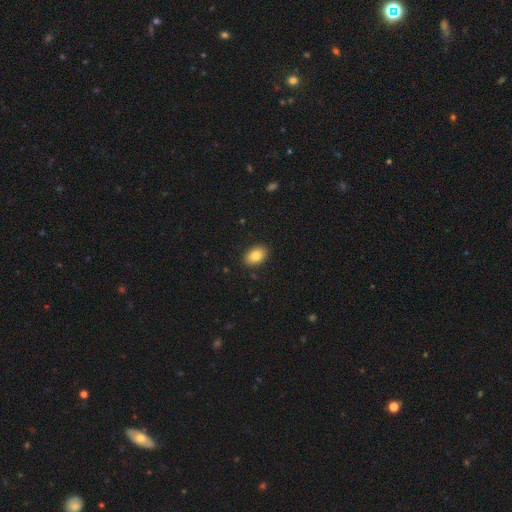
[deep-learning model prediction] This appears to be a smooth galaxy with no disk features (83%) that is in between round and cigar-shaped (85%). Merging: none (90%).